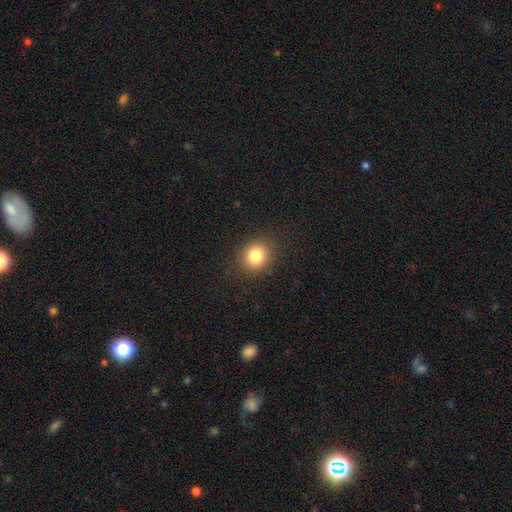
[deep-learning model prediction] Smooth or featured? smooth (82%)
How rounded? round (79%)
Merging? none (88%)